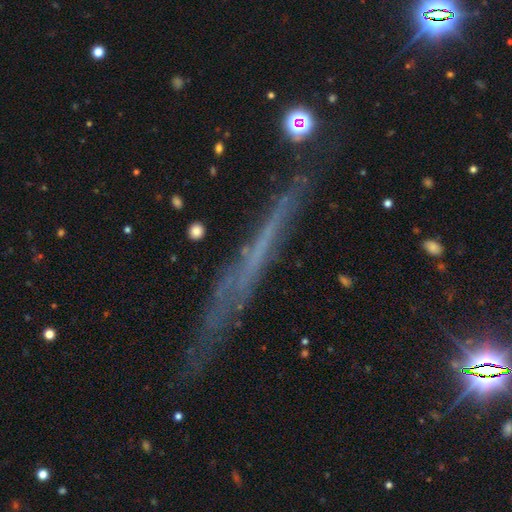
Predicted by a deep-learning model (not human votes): smooth-or-featured: featured or disk: 52% | smooth: 29% | star or artifact: 20%
  disk-edge-on: yes: 90% | no: 10%
  merging: none: 82% | minor disturbance: 12% | major disturbance: 3% | merger: 2%